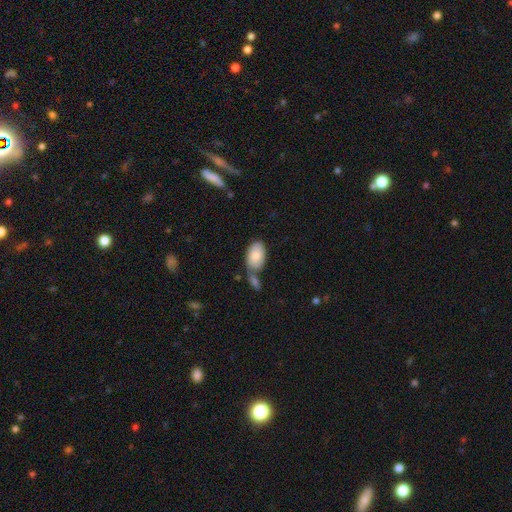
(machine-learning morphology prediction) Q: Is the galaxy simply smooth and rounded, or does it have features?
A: smooth — 82%.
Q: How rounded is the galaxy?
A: in between — 94%.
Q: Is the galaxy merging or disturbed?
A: none — 43%.